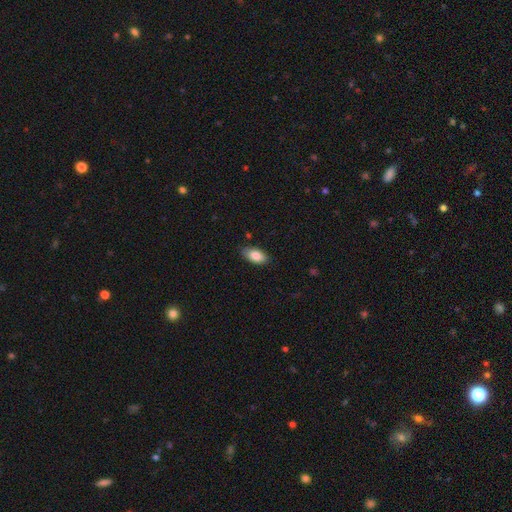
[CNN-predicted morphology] The model was most divided on "merging": none: 83%, minor disturbance: 14%, major disturbance: 2%, merger: 1%. More confident: how rounded — in between (93%); smooth or featured — smooth (86%).